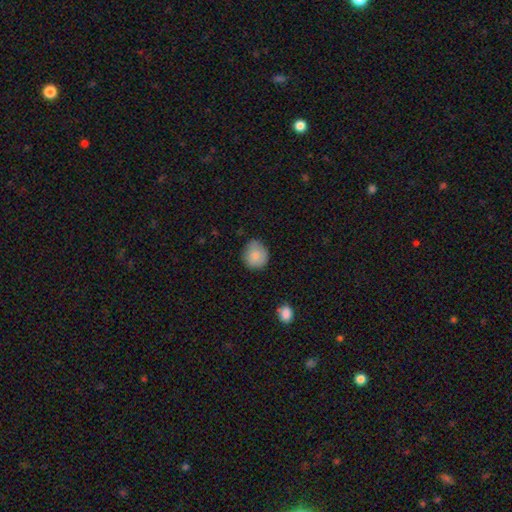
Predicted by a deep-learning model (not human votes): Smooth or featured? smooth (84%)
How rounded? round (82%)
Merging? none (72%)